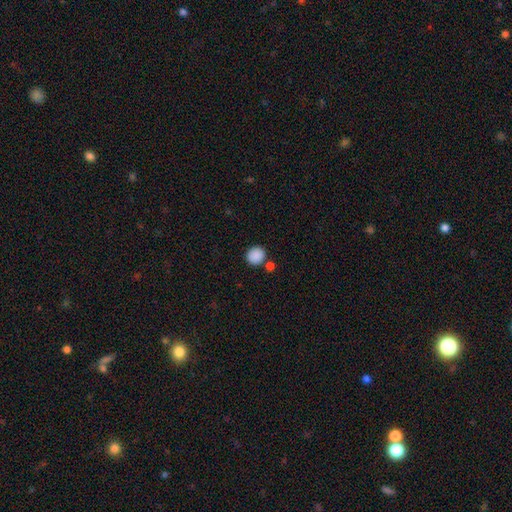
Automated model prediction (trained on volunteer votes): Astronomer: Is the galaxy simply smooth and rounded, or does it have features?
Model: smooth — 88%.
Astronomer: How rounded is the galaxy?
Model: round — 84%.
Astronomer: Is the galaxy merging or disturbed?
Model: none — 79%.